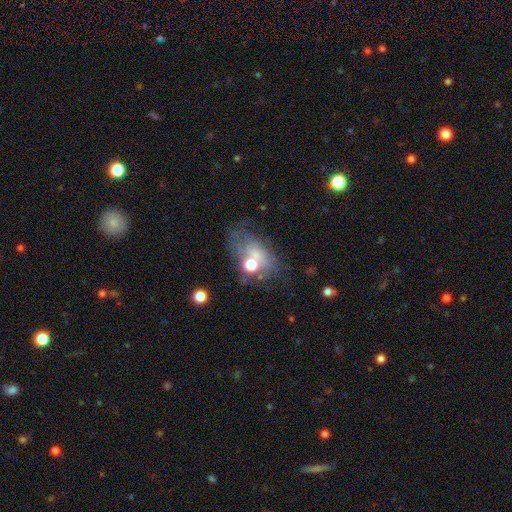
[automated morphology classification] Smooth or featured? smooth (47%)
Merging? none (36%)